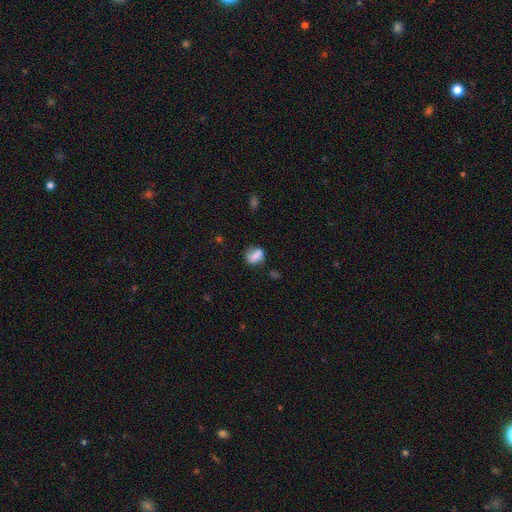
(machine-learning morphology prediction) smooth-or-featured: smooth: 69% | featured or disk: 22% | star or artifact: 9%
  how-rounded: round: 49% | in between: 48% | cigar-shaped: 3%
  merging: none: 48% | merger: 23% | minor disturbance: 20% | major disturbance: 9%